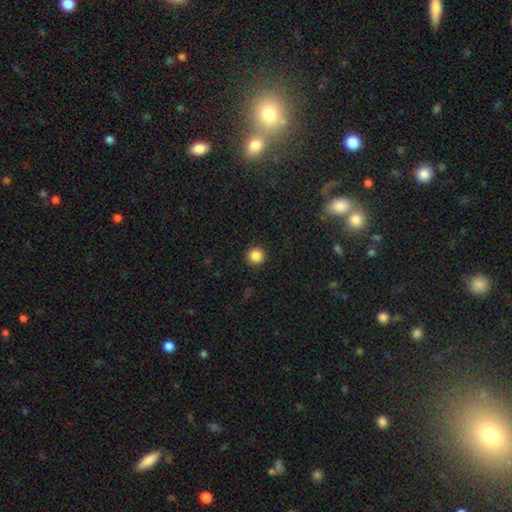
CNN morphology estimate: A smooth galaxy with no disk features (86%) that is round (96%). Merging: none (92%).